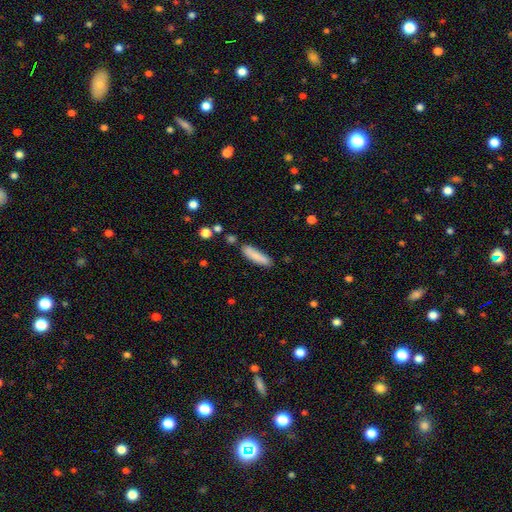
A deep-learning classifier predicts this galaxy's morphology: Smooth or featured? Predicted: smooth (p=0.85). How rounded? Predicted: cigar-shaped (p=0.73). Merging? Predicted: none (p=0.79).